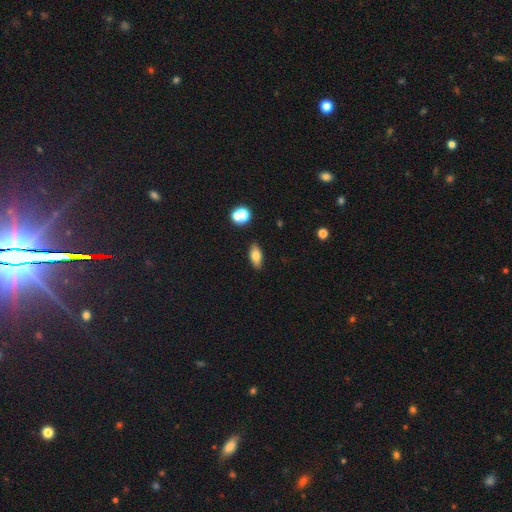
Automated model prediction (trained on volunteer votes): smooth-or-featured: smooth: 76% | featured or disk: 15% | star or artifact: 9%
  how-rounded: in between: 84% | cigar-shaped: 11% | round: 5%
  merging: none: 86% | minor disturbance: 9% | merger: 3% | major disturbance: 2%